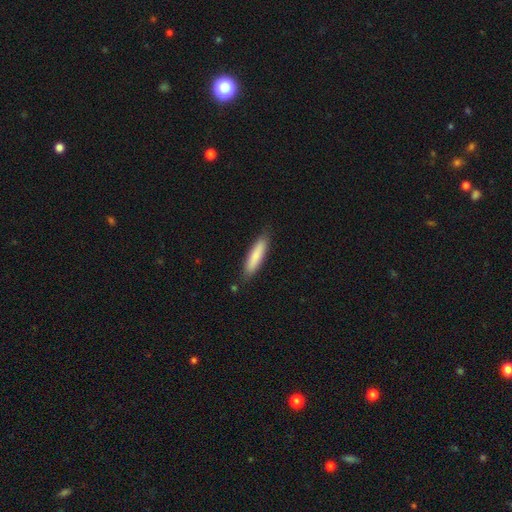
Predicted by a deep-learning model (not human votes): Overall: smooth (83%). How rounded: cigar-shaped (78%). Merging: none (84%).